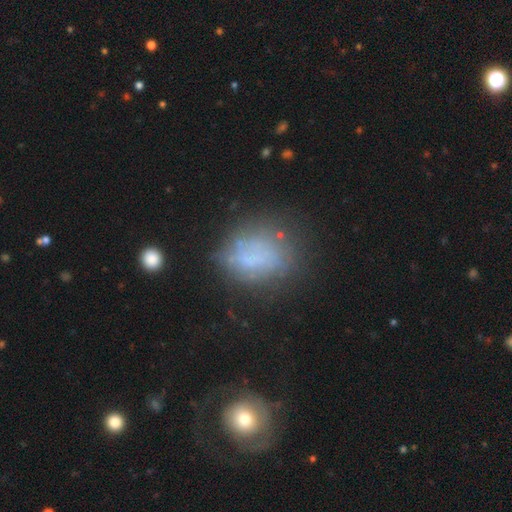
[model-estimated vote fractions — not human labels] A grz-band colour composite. It shows a smooth galaxy with no disk features (52%) that is in between round and cigar-shaped (51%). Merging: none (51%).